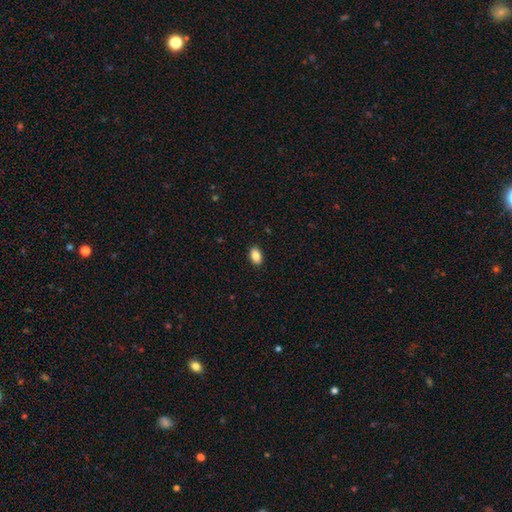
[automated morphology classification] Smooth or featured: smooth — 88% (star or artifact — 8%)
How rounded: in between — 90% (round — 9%)
Merging: none — 90% (minor disturbance — 7%)